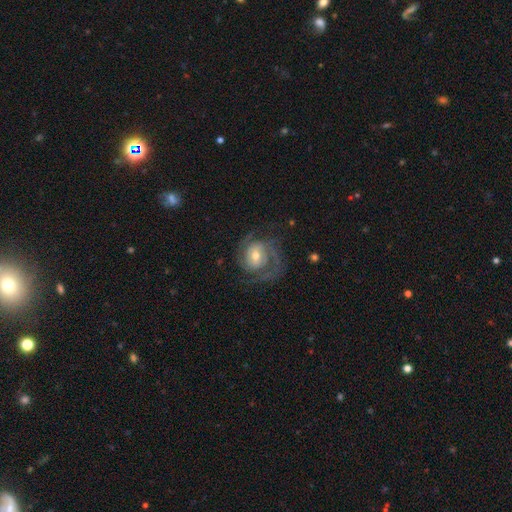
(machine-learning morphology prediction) This is clearly a featured or disk galaxy (84%). It is clearly not viewed edge-on (98%). Bar: likely no (60%). Spiral arm pattern: clearly yes (94%). Spiral arm count: possibly 2 (53%). Spiral winding: possibly tight (47%). Central bulge: likely moderate (62%). Merging: likely none (66%).